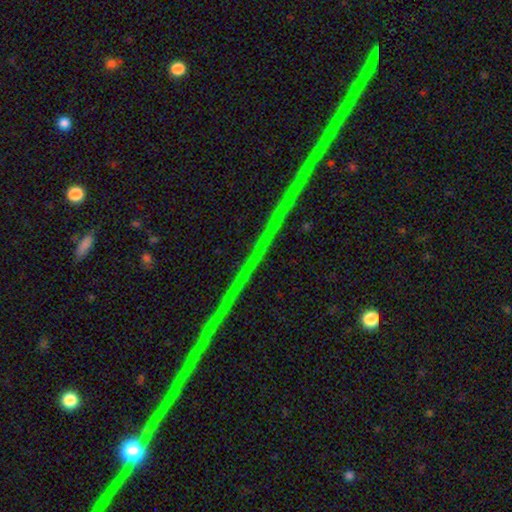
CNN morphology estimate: This is likely a star or artifact rather than a galaxy (77%).